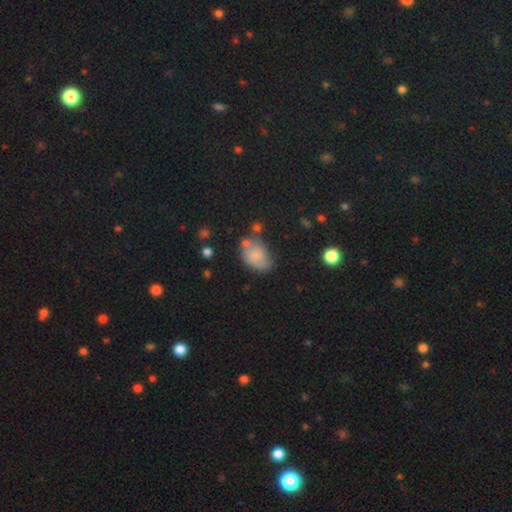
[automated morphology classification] Smooth or featured: smooth — 67% (featured or disk — 23%)
How rounded: in between — 79% (round — 20%)
Merging: none — 48% (minor disturbance — 29%)